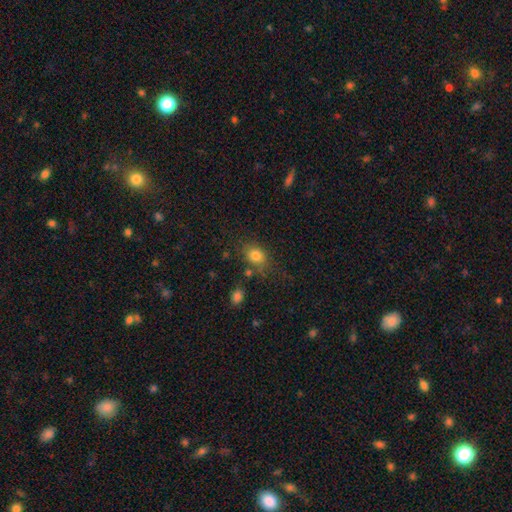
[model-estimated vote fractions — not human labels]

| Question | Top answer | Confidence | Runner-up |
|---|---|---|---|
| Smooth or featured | smooth | 80% | star or artifact (12%) |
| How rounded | in between | 54% | round (44%) |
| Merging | none | 66% | minor disturbance (18%) |